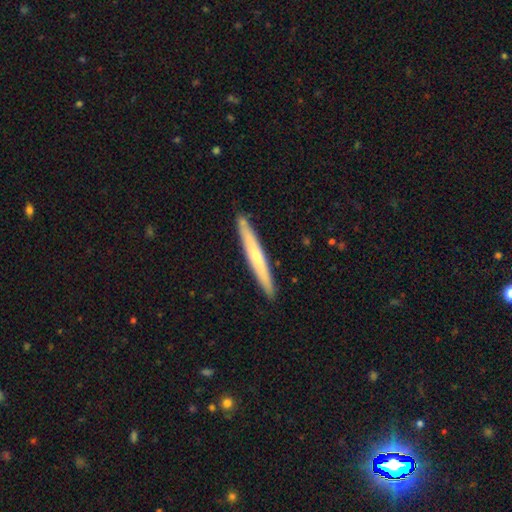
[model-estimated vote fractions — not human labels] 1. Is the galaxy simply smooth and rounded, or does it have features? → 48% smooth, 47% featured or disk, 5% star or artifact.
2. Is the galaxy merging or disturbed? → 90% none, 7% minor disturbance, 2% merger, 1% major disturbance.